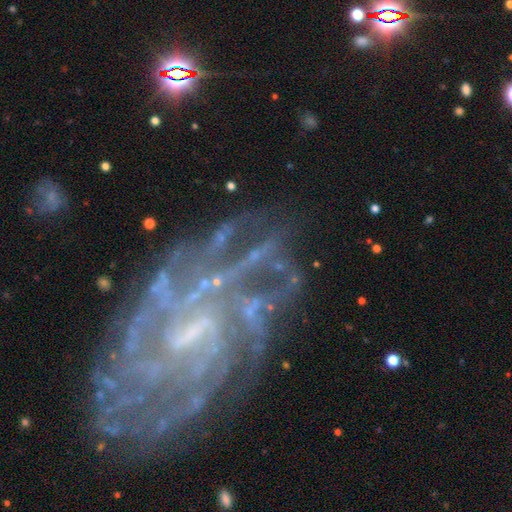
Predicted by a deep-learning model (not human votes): The model was most divided on "bar": no: 36%, weak: 34%, strong: 30%. Remaining: edge-on disk — no (96%); spiral arms — yes (85%); smooth or featured — featured or disk (74%); merging — none (51%); bulge size — small (50%); spiral winding — tight (49%); spiral arm count — can't tell (32%).